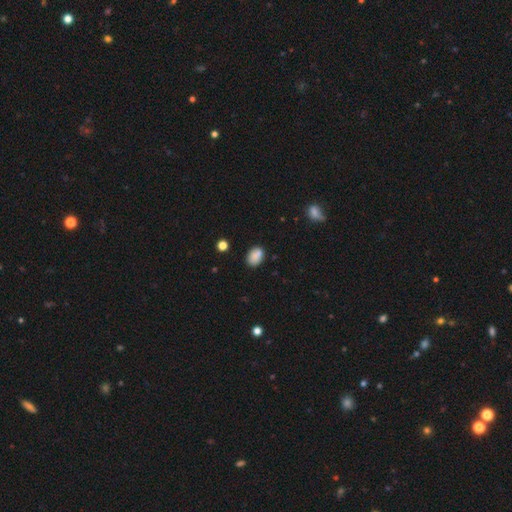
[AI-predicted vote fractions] This appears to be a smooth galaxy with no disk features (86%) that is in between round and cigar-shaped (81%). Merging: none (78%).